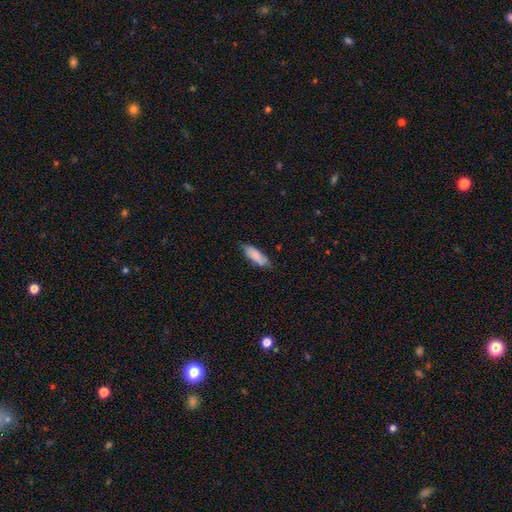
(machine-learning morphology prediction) A smooth galaxy with no disk features (83%) that is in between round and cigar-shaped (68%). Merging: none (80%).